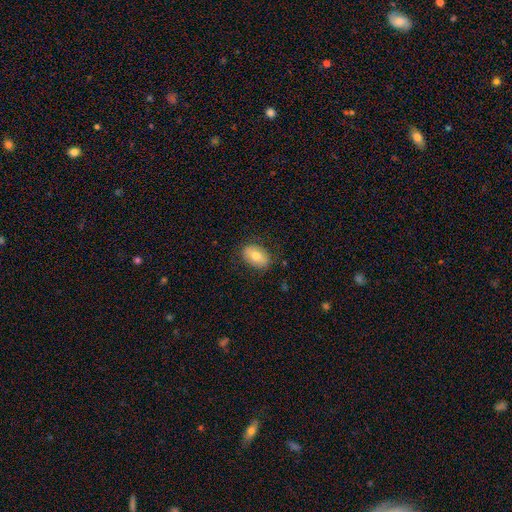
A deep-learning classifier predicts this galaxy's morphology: This appears to be a smooth galaxy with no disk features (73%) that is in between round and cigar-shaped (87%). Merging: none (81%).